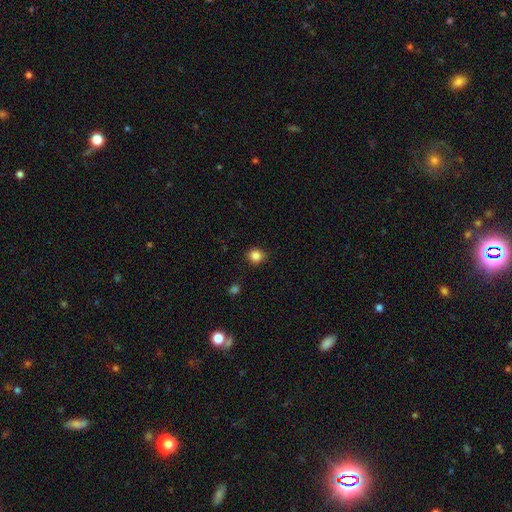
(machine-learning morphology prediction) Smooth or featured? smooth (85%)
How rounded? round (85%)
Merging? none (88%)